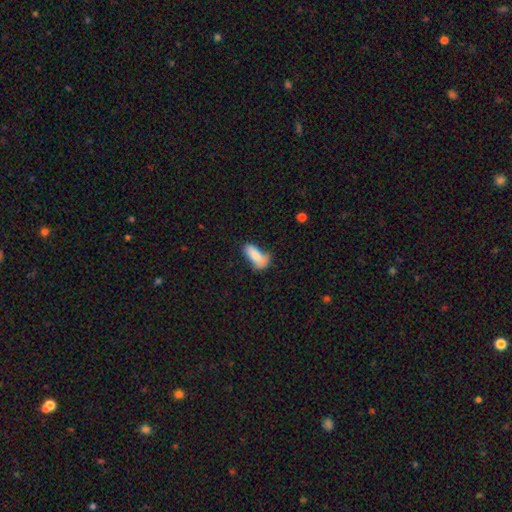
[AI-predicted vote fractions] This appears to be a smooth galaxy with no disk features (82%) that is in between round and cigar-shaped (81%). Merging: none (41%).